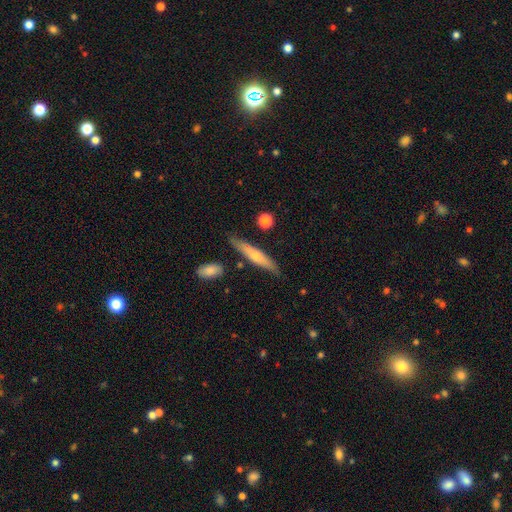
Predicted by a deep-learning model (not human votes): smooth 52%, featured or disk 42%, star or artifact 6%. Down the decision tree: how rounded — cigar-shaped (85%); merging — none (80%).